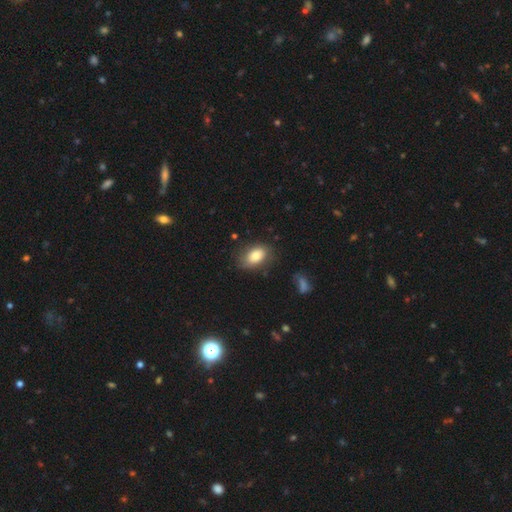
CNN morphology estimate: Smooth or featured?
  - smooth: 78% *
  - featured or disk: 14%
  - star or artifact: 8%
How rounded?
  - in between: 87% *
  - round: 12%
  - cigar-shaped: 2%
Merging?
  - none: 73% *
  - minor disturbance: 19%
  - major disturbance: 5%
  - merger: 2%